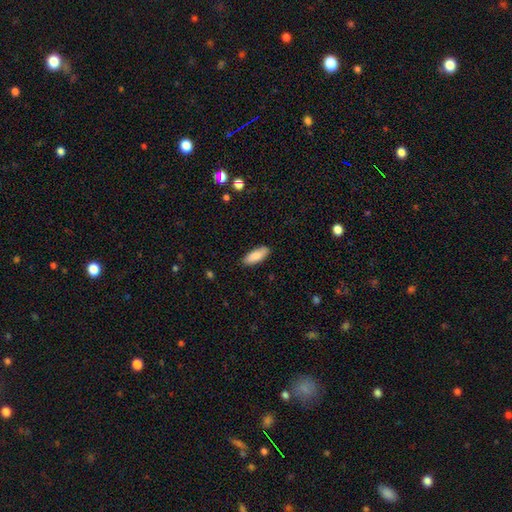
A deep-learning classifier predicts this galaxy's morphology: type=smooth (85%); roundness=in between (77%); merging=none (87%).